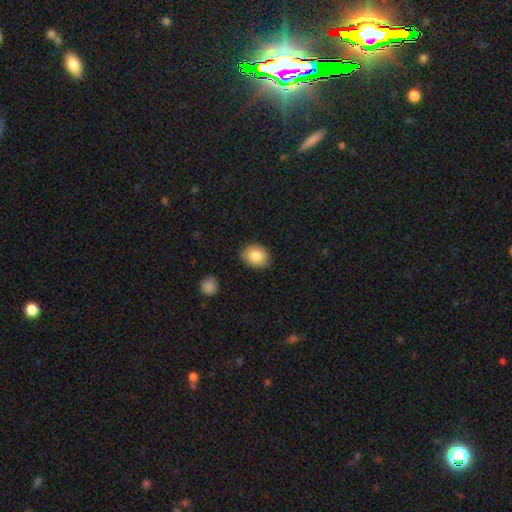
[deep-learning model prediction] Smooth or featured? smooth (84%)
How rounded? in between (58%)
Merging? none (85%)